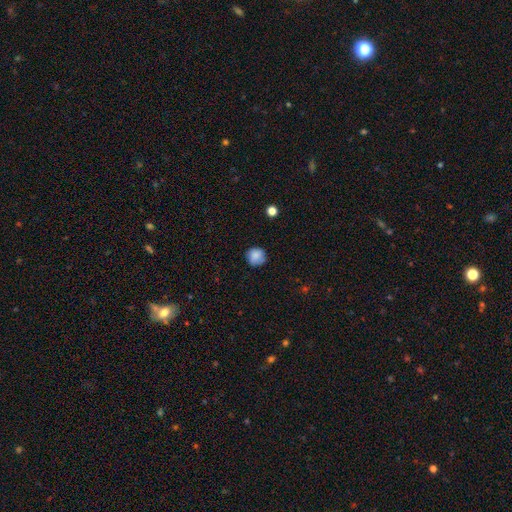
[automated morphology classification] Overall: smooth (85%). How rounded: round (90%). Merging: none (78%).